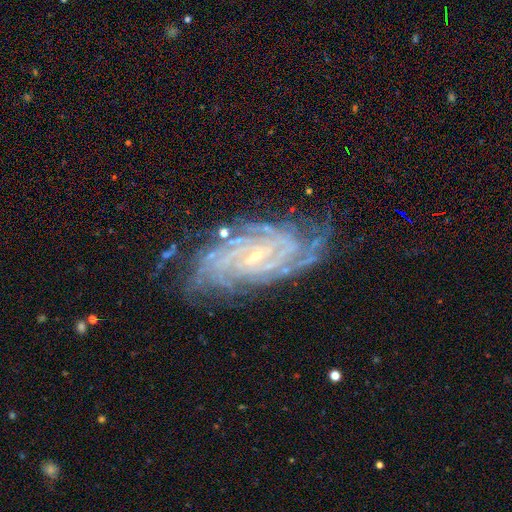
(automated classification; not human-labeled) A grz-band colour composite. It shows a featured or disk galaxy (90%) with a weak bar (42%), 4 (25%) tight (74%) spiral arms (98%) and a small central bulge (83%). Merging: none (75%).